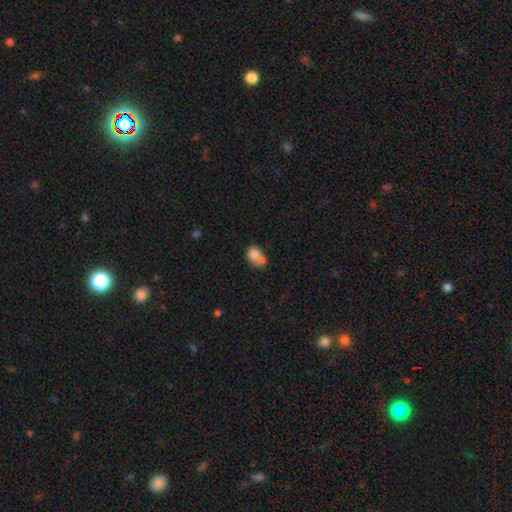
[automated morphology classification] The model was most divided on "how rounded": in between: 53%, round: 46%, cigar-shaped: 1%. More confident: smooth or featured — smooth (77%); merging — merger (54%).